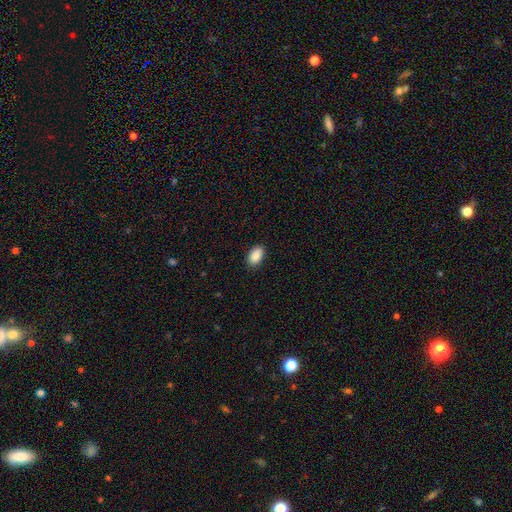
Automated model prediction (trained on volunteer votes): The model was most divided on "merging": none: 89%, minor disturbance: 8%, major disturbance: 2%, merger: 1%. More confident: how rounded — in between (92%); smooth or featured — smooth (89%).